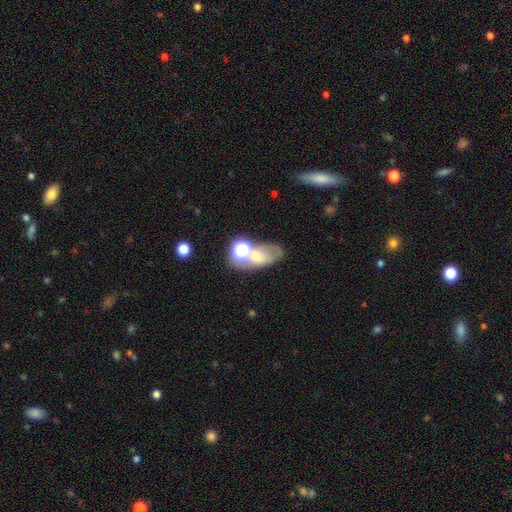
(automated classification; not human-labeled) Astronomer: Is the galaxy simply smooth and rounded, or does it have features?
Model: smooth — 43% (runner-up: featured or disk, 33%).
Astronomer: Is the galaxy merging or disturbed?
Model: none — 41% (runner-up: merger, 28%).